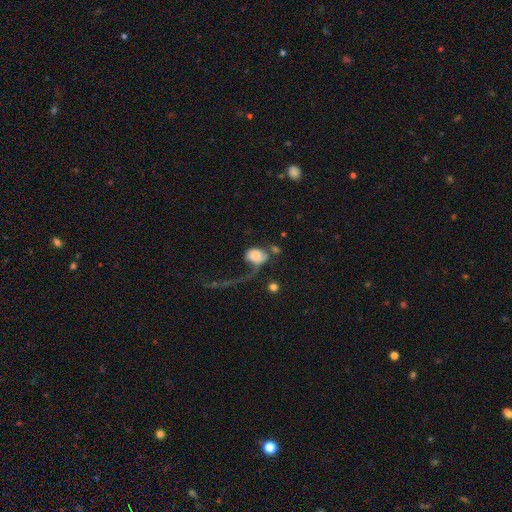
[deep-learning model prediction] Smooth or featured?
  - smooth: 60% *
  - featured or disk: 30%
  - star or artifact: 9%
How rounded?
  - in between: 74% *
  - round: 24%
  - cigar-shaped: 2%
Merging?
  - major disturbance: 51% *
  - merger: 22%
  - none: 15%
  - minor disturbance: 11%